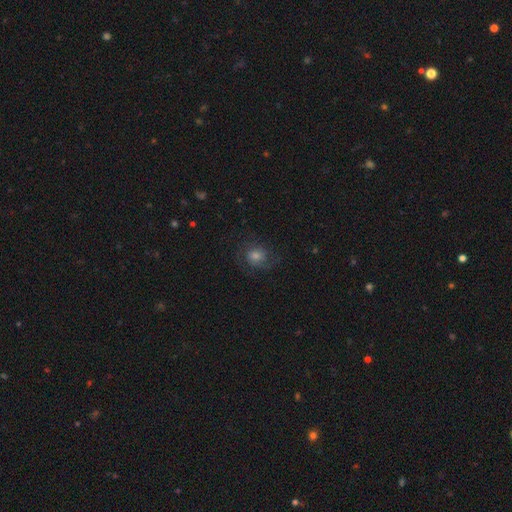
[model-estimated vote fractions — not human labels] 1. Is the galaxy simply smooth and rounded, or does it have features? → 60% featured or disk, 25% smooth, 14% star or artifact.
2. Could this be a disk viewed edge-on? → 97% no, 3% yes.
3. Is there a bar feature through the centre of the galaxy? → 72% no, 24% weak, 4% strong.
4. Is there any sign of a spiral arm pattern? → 92% yes, 8% no.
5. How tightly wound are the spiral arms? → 47% medium, 34% tight, 19% loose.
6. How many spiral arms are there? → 64% 2, 15% can't tell, 8% 3, 7% 1, 3% 4, 3% more than 4.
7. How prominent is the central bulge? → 48% moderate, 29% small, 16% large, 5% none, 3% dominant.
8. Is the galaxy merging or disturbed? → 73% none, 15% minor disturbance, 11% major disturbance, 1% merger.